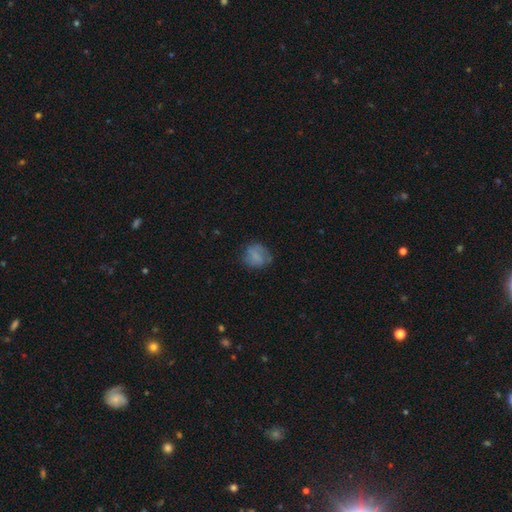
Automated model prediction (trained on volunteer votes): A smooth galaxy with no disk features (72%) that is round (66%).

Vote fractions:
- Smooth or featured? smooth: 72% / featured or disk: 18% / star or artifact: 10%
- How rounded? round: 66% / in between: 33% / cigar-shaped: 1%
- Merging? none: 61% / minor disturbance: 26% / major disturbance: 12% / merger: 2%